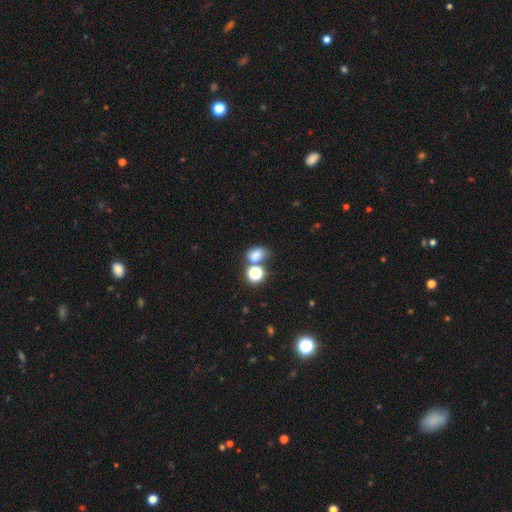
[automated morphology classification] A smooth galaxy with no disk features (73%) that is in between round and cigar-shaped (65%).

Vote fractions:
- Smooth or featured? smooth: 73% / star or artifact: 19% / featured or disk: 8%
- How rounded? in between: 65% / round: 33% / cigar-shaped: 1%
- Merging? none: 51% / merger: 28% / minor disturbance: 14% / major disturbance: 7%